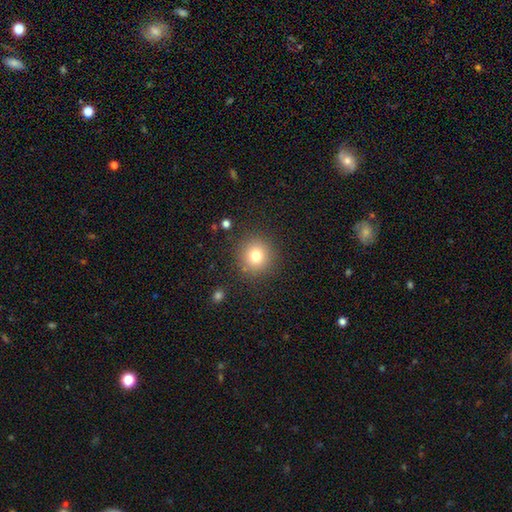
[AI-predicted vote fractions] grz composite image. It shows a smooth galaxy with no disk features (77%) that is round (92%). Merging: none (88%).